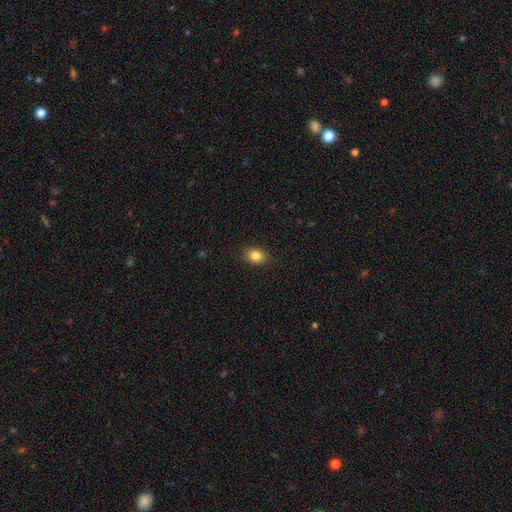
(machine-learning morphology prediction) Smooth or featured?
  - smooth: 85% *
  - star or artifact: 9%
  - featured or disk: 6%
How rounded?
  - in between: 70% *
  - round: 29%
  - cigar-shaped: 1%
Merging?
  - none: 88% *
  - minor disturbance: 8%
  - major disturbance: 2%
  - merger: 1%